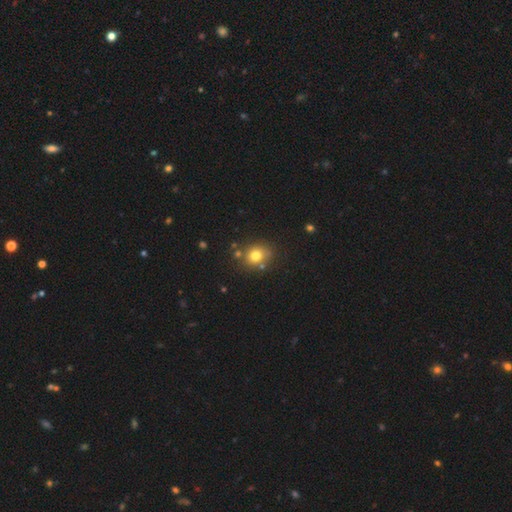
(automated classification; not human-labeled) smooth_or_featured: smooth (p=0.76) [alt: star or artifact p=0.13]
how_rounded: round (p=0.66) [alt: in between p=0.33]
merging: none (p=0.74) [alt: minor disturbance p=0.13]